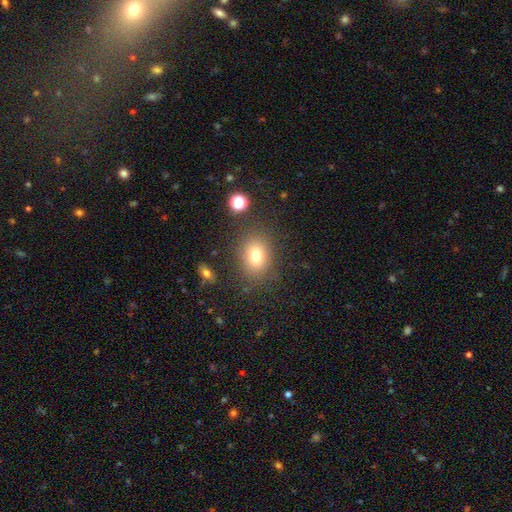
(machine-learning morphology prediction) A smooth galaxy with no disk features (76%) that is in between round and cigar-shaped (56%).

Vote fractions:
- Smooth or featured? smooth: 76% / star or artifact: 13% / featured or disk: 11%
- How rounded? in between: 56% / round: 43% / cigar-shaped: 1%
- Merging? none: 80% / minor disturbance: 12% / major disturbance: 5% / merger: 3%